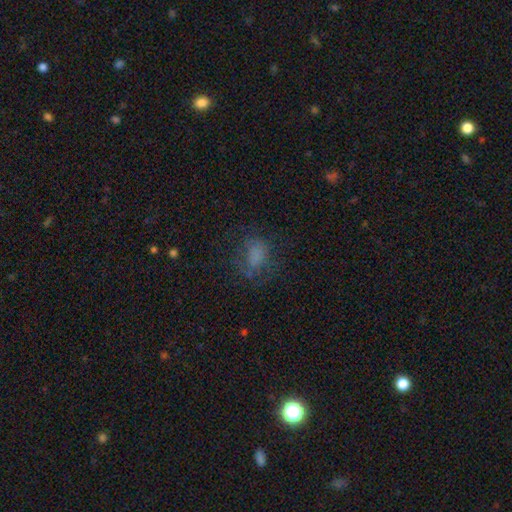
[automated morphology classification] A smooth galaxy with no disk features (63%) that is in between round and cigar-shaped (67%). Merging: none (56%).